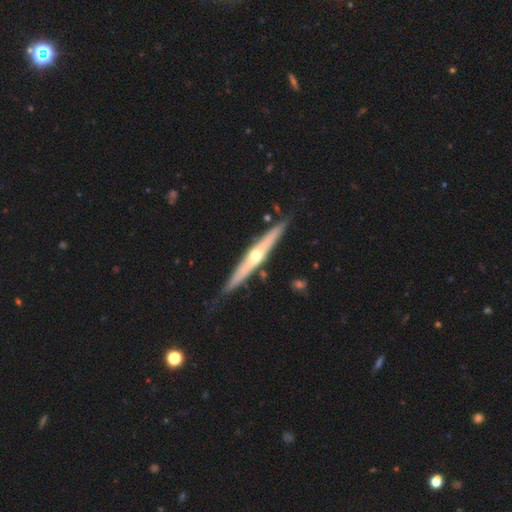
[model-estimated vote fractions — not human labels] Morphology: type=featured or disk (69%); edge-on=yes (94%); edge-on bulge=rounded (86%); merging=none (84%).